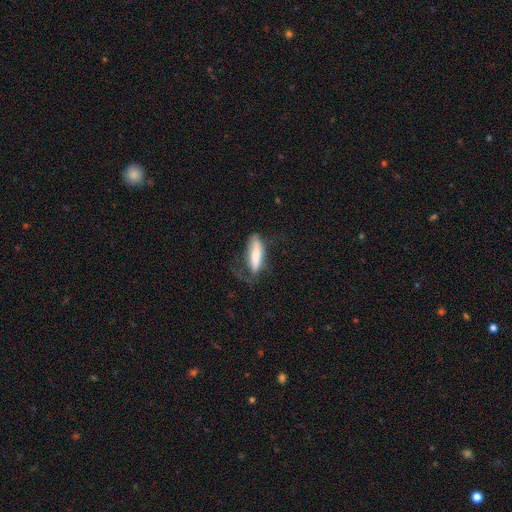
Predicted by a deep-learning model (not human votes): smooth 66%, featured or disk 28%, star or artifact 6%. Down the decision tree: how rounded — cigar-shaped (60%); merging — none (41%).